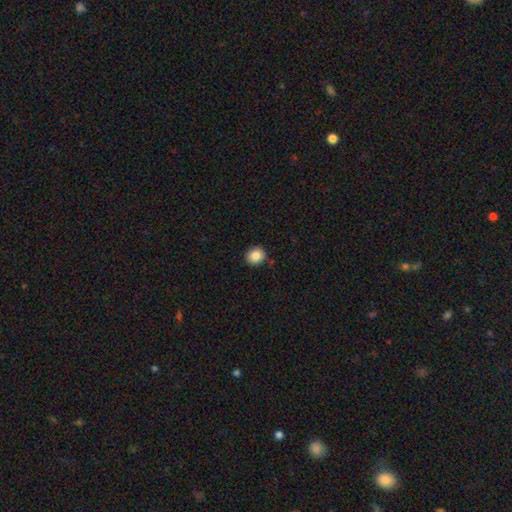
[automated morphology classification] This is clearly a smooth galaxy (85%). How rounded: clearly round (87%). Merging: clearly none (90%).